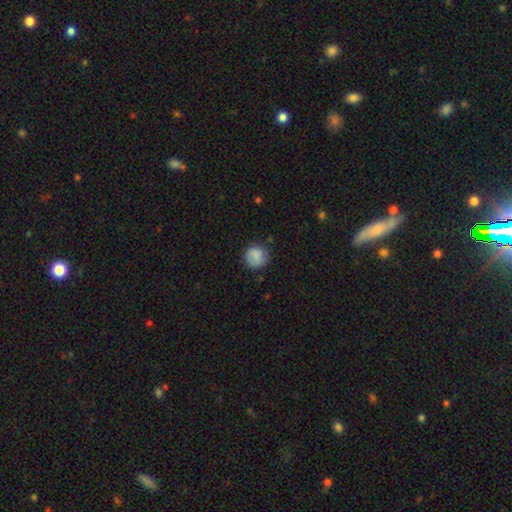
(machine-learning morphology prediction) smooth_or_featured: smooth (p=0.84) [alt: featured or disk p=0.08]
how_rounded: round (p=0.90) [alt: in between p=0.09]
merging: none (p=0.76) [alt: minor disturbance p=0.17]